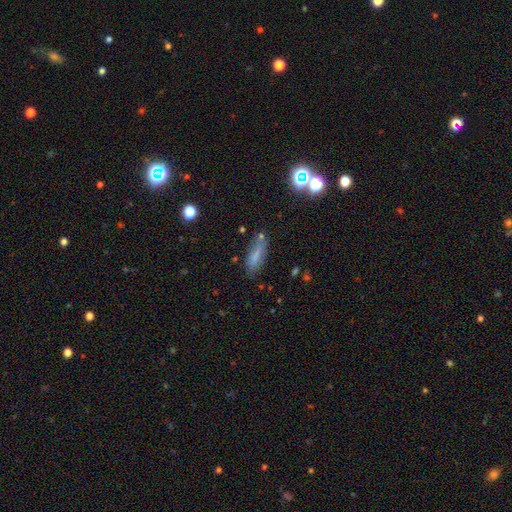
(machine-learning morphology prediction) Smooth or featured: smooth — 75% (featured or disk — 14%)
How rounded: in between — 54% (cigar-shaped — 44%)
Merging: none — 69% (minor disturbance — 20%)